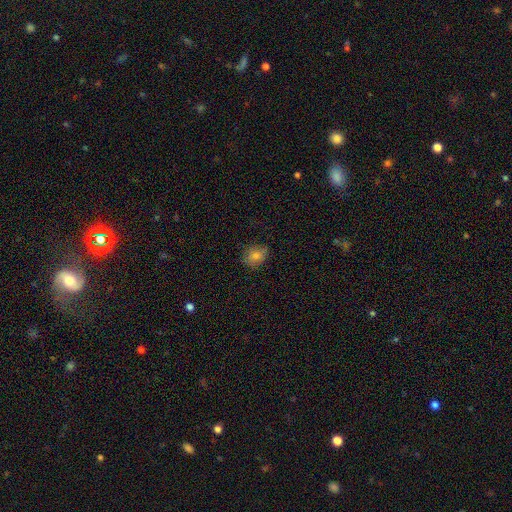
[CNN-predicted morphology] Q: Smooth or featured?
A: smooth (77%); runner-up: featured or disk (12%)
Q: How rounded?
A: round (52%); runner-up: in between (47%)
Q: Merging?
A: none (75%); runner-up: minor disturbance (19%)